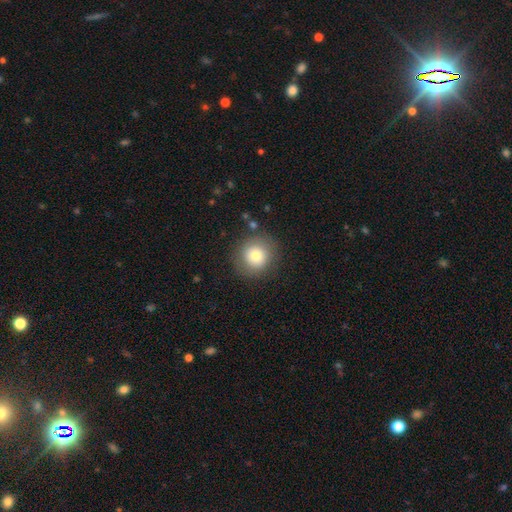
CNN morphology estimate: Overall: smooth (75%). How rounded: round (92%). Merging: none (84%).